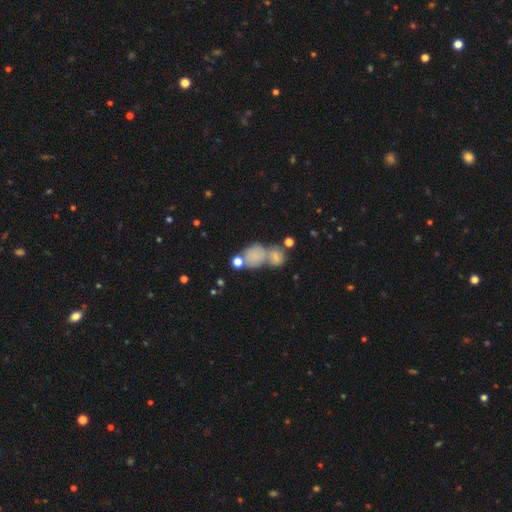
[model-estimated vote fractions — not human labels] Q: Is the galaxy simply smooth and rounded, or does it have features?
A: smooth — 48%.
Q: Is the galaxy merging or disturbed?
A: merger — 48%.